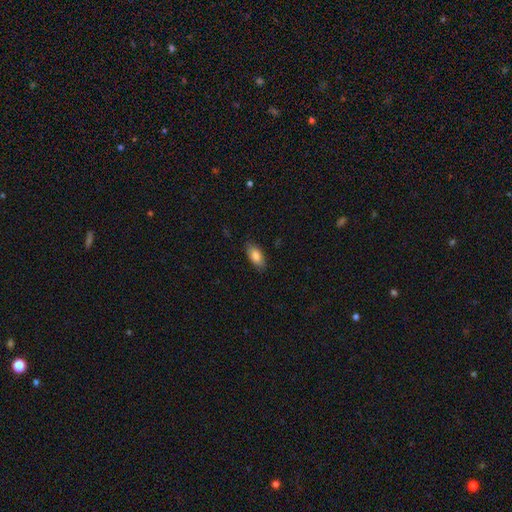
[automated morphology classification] Overall: smooth (84%). How rounded: in between (88%). Merging: none (85%).